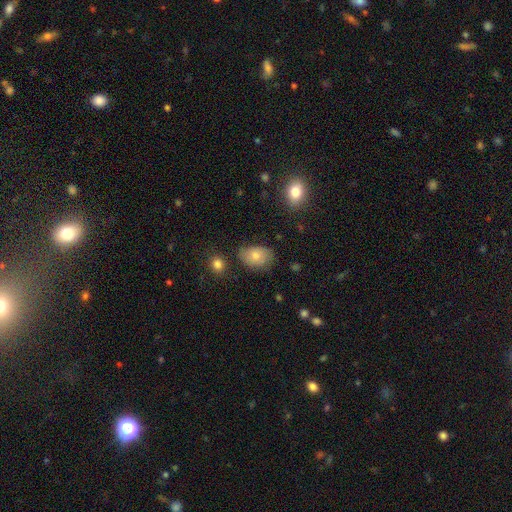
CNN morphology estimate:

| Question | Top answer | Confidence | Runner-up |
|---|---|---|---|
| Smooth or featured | smooth | 77% | featured or disk (15%) |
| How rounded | in between | 82% | round (17%) |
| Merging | none | 64% | minor disturbance (26%) |